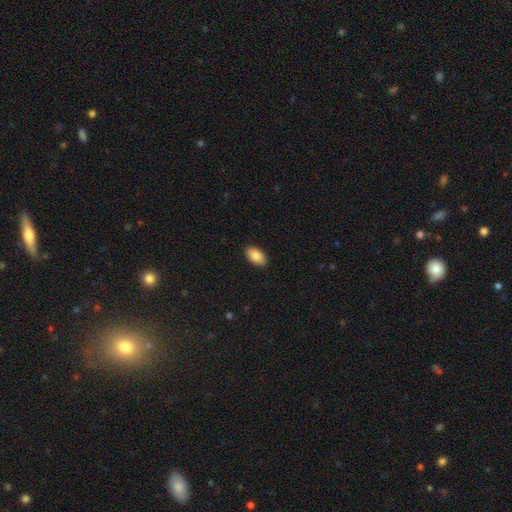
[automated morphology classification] Q: Smooth or featured?
A: smooth (86%); runner-up: featured or disk (8%)
Q: How rounded?
A: in between (94%); runner-up: round (4%)
Q: Merging?
A: none (89%); runner-up: minor disturbance (9%)